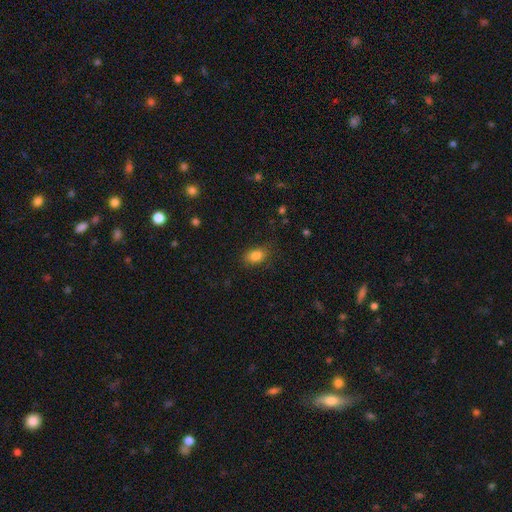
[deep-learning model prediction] Smooth or featured: smooth — 84% (star or artifact — 9%)
How rounded: in between — 82% (round — 17%)
Merging: none — 81% (minor disturbance — 14%)